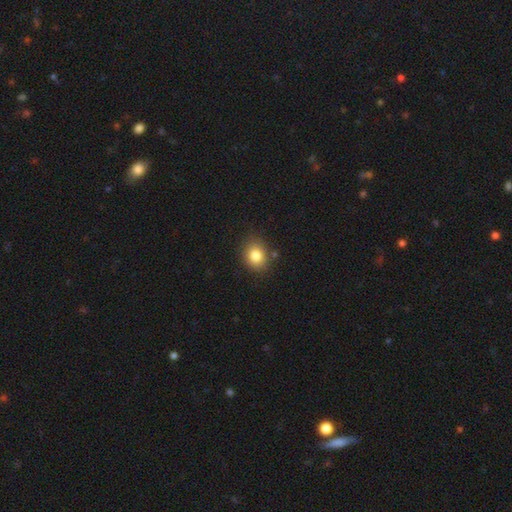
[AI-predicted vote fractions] smooth_or_featured: smooth (p=0.83) [alt: star or artifact p=0.10]
how_rounded: round (p=0.59) [alt: in between p=0.40]
merging: none (p=0.84) [alt: minor disturbance p=0.11]